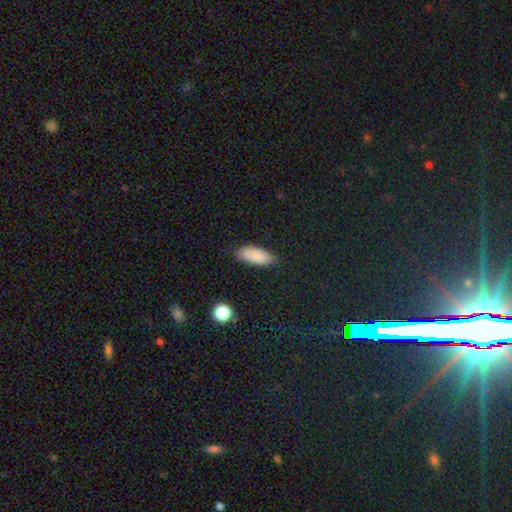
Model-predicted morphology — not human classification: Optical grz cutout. It shows a smooth galaxy with no disk features (85%) that is in between round and cigar-shaped (85%). Merging: none (75%).